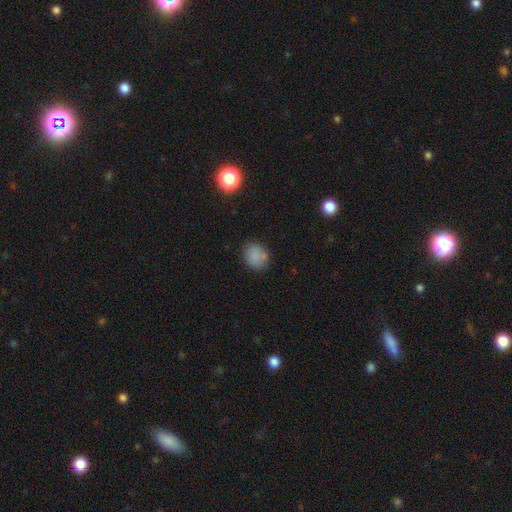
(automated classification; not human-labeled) This is clearly a smooth galaxy (82%). How rounded: possibly round (58%). Merging: likely none (74%).